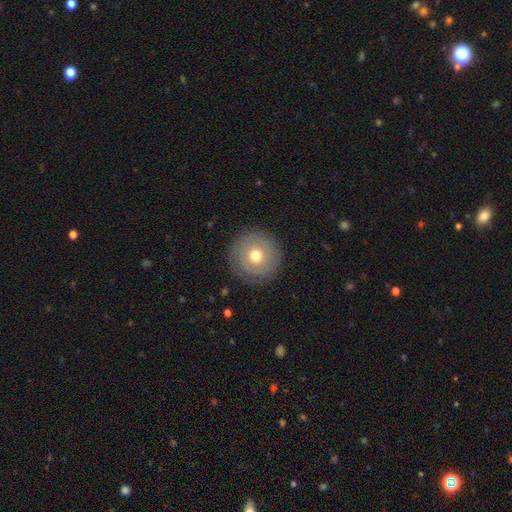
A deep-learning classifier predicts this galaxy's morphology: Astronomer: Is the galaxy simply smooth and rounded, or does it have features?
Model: smooth — 53% (runner-up: featured or disk, 39%).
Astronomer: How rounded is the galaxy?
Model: round — 95%.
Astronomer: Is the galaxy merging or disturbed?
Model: none — 85%.